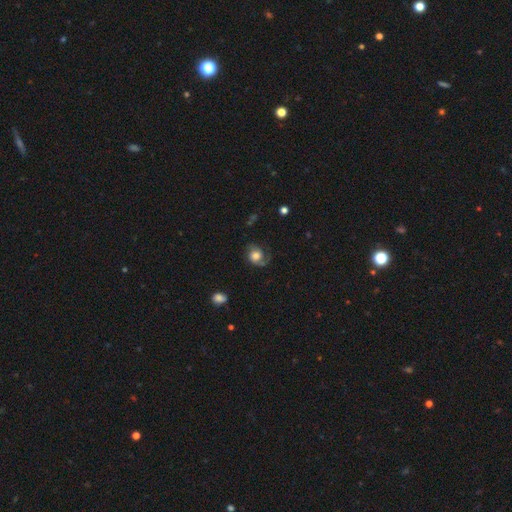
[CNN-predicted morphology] The model was most divided on "smooth or featured": smooth: 46%, featured or disk: 45%, star or artifact: 9%. More confident: merging — none (55%).